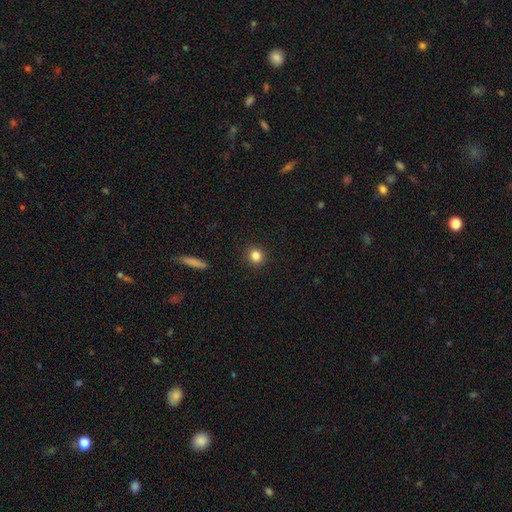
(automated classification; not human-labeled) smooth_or_featured: smooth (p=0.84) [alt: star or artifact p=0.11]
how_rounded: round (p=0.89) [alt: in between p=0.10]
merging: none (p=0.92) [alt: minor disturbance p=0.05]